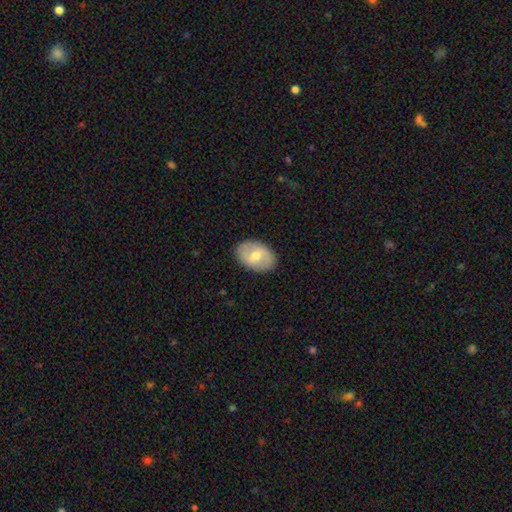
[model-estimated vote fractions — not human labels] This appears to be a smooth galaxy with no disk features (51%) that is in between round and cigar-shaped (82%). Merging: none (87%).